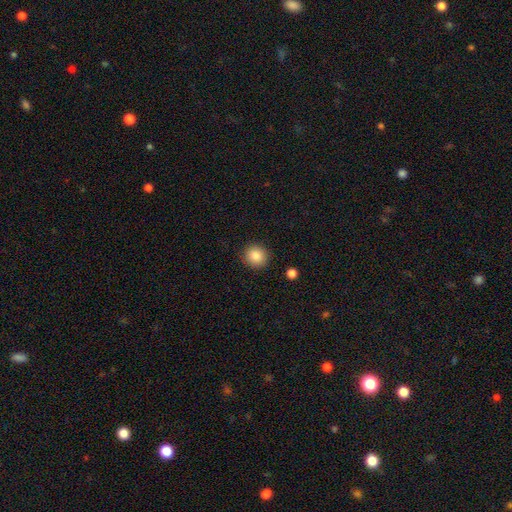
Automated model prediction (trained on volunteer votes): Smooth or featured? smooth (86%)
How rounded? round (89%)
Merging? none (90%)